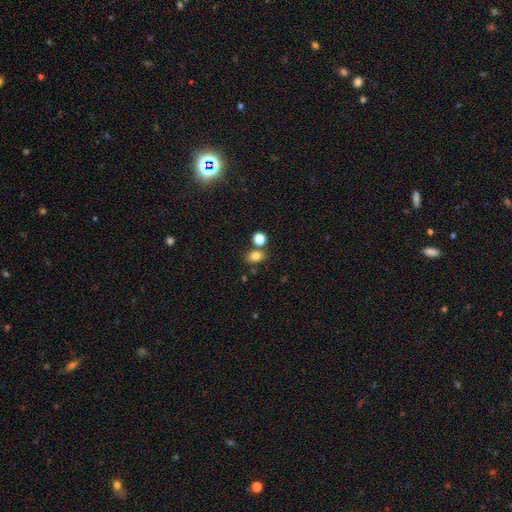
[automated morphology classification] smooth-or-featured: smooth: 80% | star or artifact: 13% | featured or disk: 6%
  how-rounded: in between: 57% | round: 42% | cigar-shaped: 1%
  merging: none: 67% | merger: 18% | minor disturbance: 11% | major disturbance: 4%